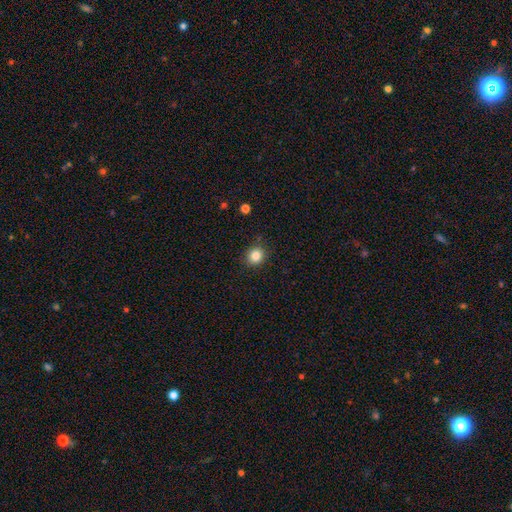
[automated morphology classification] This appears to be a smooth galaxy with no disk features (84%) that is round (83%). Merging: none (88%).